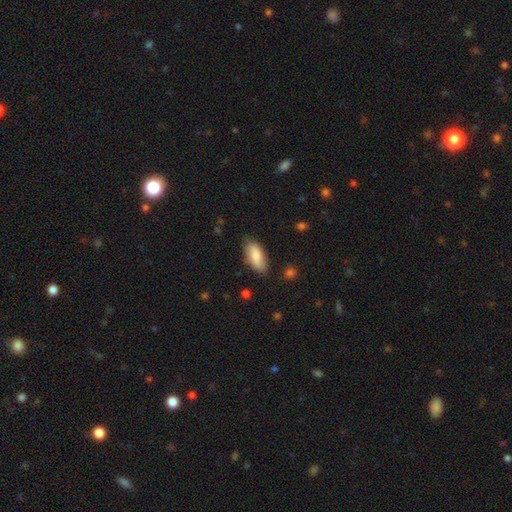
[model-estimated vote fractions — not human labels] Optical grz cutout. It shows a smooth galaxy with no disk features (81%) that is in between round and cigar-shaped (84%). Merging: none (78%).